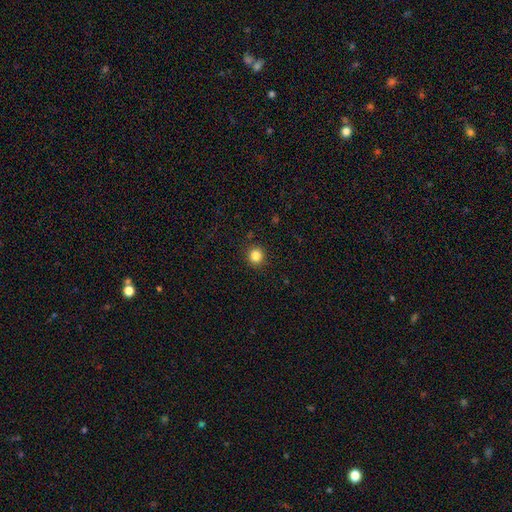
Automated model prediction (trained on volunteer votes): This is clearly a smooth galaxy (85%). How rounded: clearly round (91%). Merging: clearly none (91%).